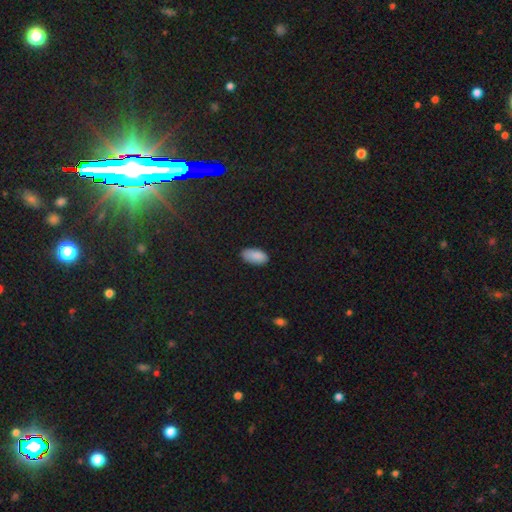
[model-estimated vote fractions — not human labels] Overall: smooth (89%). How rounded: in between (94%). Merging: none (82%).